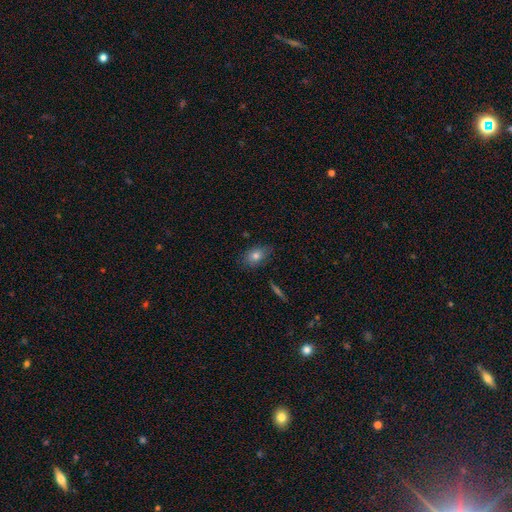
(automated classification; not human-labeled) Smooth or featured? Predicted: smooth (p=0.78). How rounded? Predicted: in between (p=0.79). Merging? Predicted: none (p=0.78).